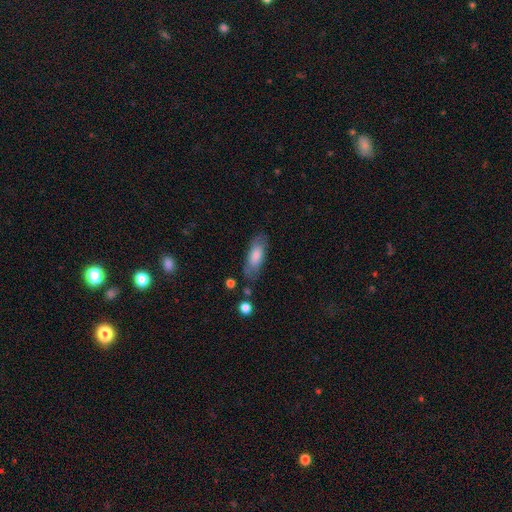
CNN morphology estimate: This is likely a smooth galaxy (76%). How rounded: likely in between (72%). Merging: likely none (72%).